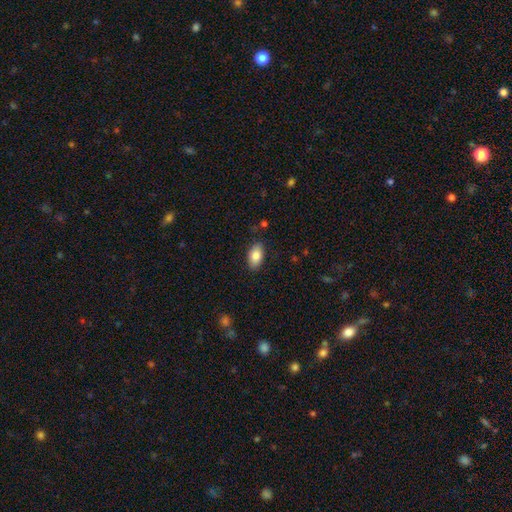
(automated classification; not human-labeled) smooth-or-featured: smooth: 83% | featured or disk: 10% | star or artifact: 7%
  how-rounded: in between: 93% | round: 5% | cigar-shaped: 2%
  merging: none: 86% | minor disturbance: 10% | major disturbance: 2% | merger: 1%